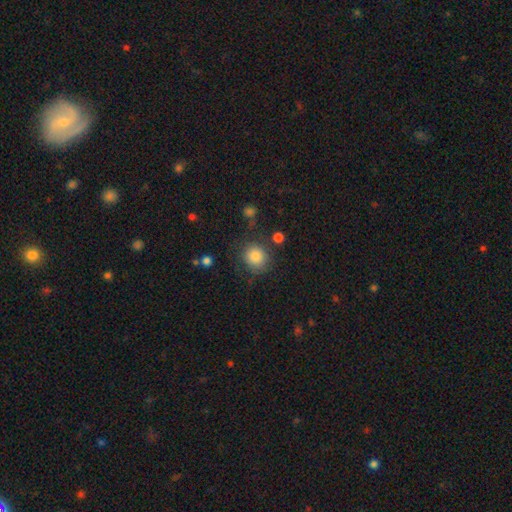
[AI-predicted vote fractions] Morphology: type=smooth (84%); roundness=round (86%); merging=none (79%).